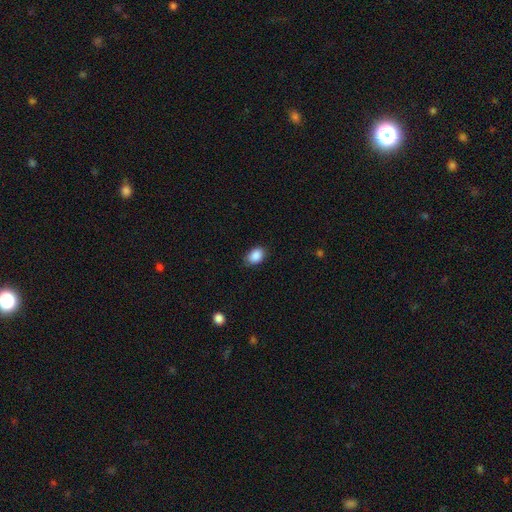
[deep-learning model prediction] Smooth or featured?
  - smooth: 88% *
  - star or artifact: 8%
  - featured or disk: 4%
How rounded?
  - in between: 82% *
  - round: 17%
  - cigar-shaped: 1%
Merging?
  - none: 79% *
  - minor disturbance: 17%
  - major disturbance: 3%
  - merger: 1%